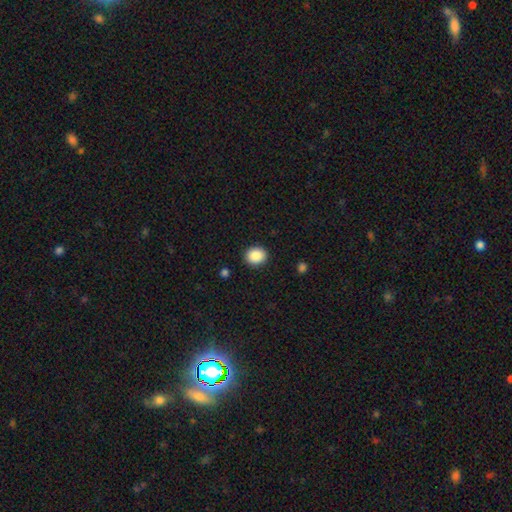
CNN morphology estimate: A smooth galaxy with no disk features (89%) that is round (69%). Merging: none (90%).